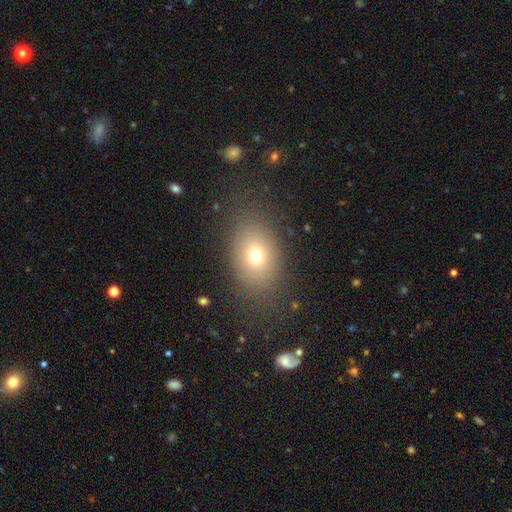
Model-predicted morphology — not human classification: Smooth or featured? smooth (70%)
How rounded? in between (71%)
Merging? none (80%)